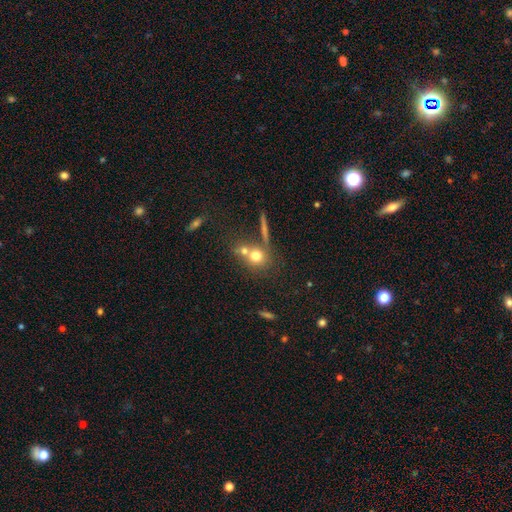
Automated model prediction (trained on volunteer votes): Smooth or featured? smooth (70%)
How rounded? round (80%)
Merging? none (47%)